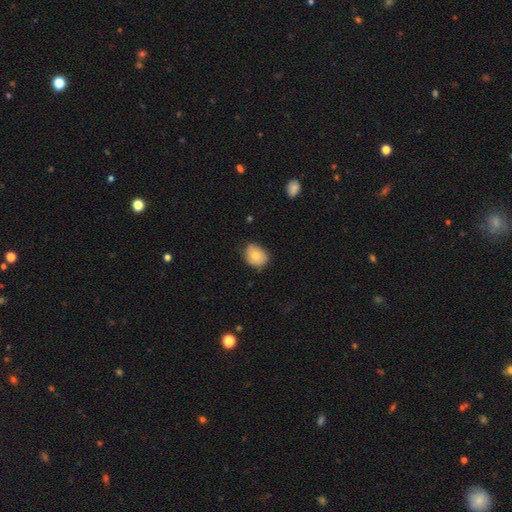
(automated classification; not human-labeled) Q: Smooth or featured?
A: smooth (74%); runner-up: featured or disk (18%)
Q: How rounded?
A: round (54%); runner-up: in between (45%)
Q: Merging?
A: none (70%); runner-up: minor disturbance (25%)